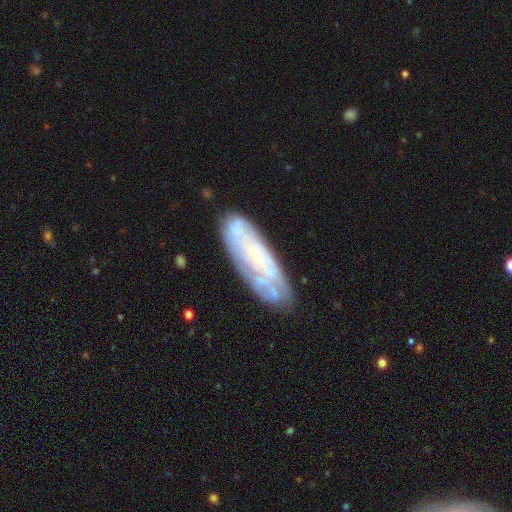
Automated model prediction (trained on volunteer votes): Overall: featured or disk (64%; smooth 29%). Edge-on disk: no (80%). Bar: no (76%). Spiral arms: yes (68%; no 32%). Bulge size: small (74%). Merging: none (72%).